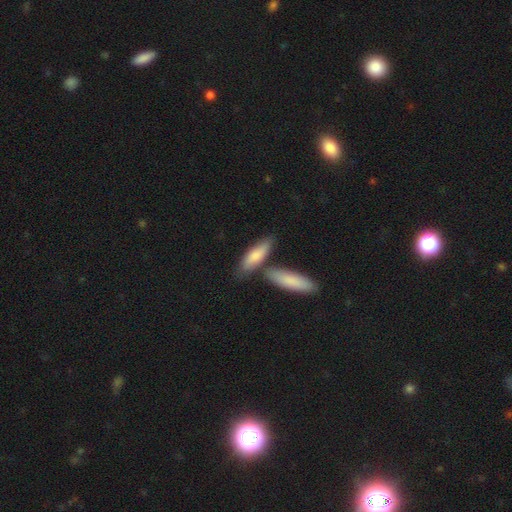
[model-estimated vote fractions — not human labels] This is likely a smooth galaxy (78%). How rounded: possibly in between (50%). Merging: likely none (60%).